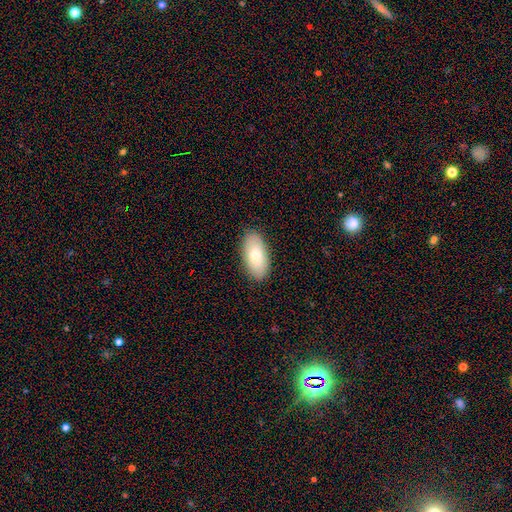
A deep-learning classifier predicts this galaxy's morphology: smooth-or-featured: smooth: 73% | featured or disk: 21% | star or artifact: 6%
  how-rounded: in between: 93% | cigar-shaped: 4% | round: 3%
  merging: none: 87% | minor disturbance: 10% | major disturbance: 2% | merger: 1%